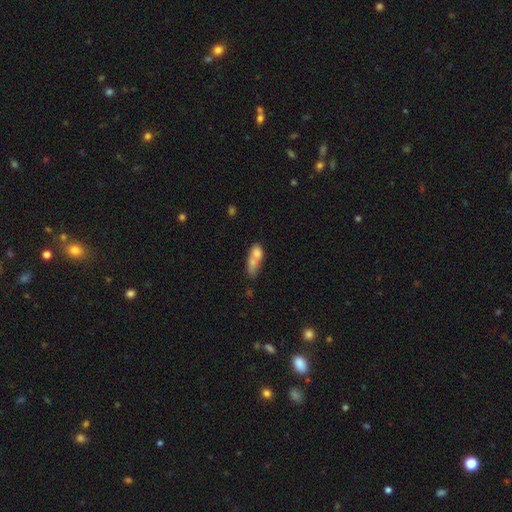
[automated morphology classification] Smooth or featured?
  - smooth: 65% *
  - featured or disk: 25%
  - star or artifact: 10%
How rounded?
  - in between: 60% *
  - cigar-shaped: 25%
  - round: 15%
Merging?
  - merger: 57% *
  - none: 21%
  - minor disturbance: 12%
  - major disturbance: 10%